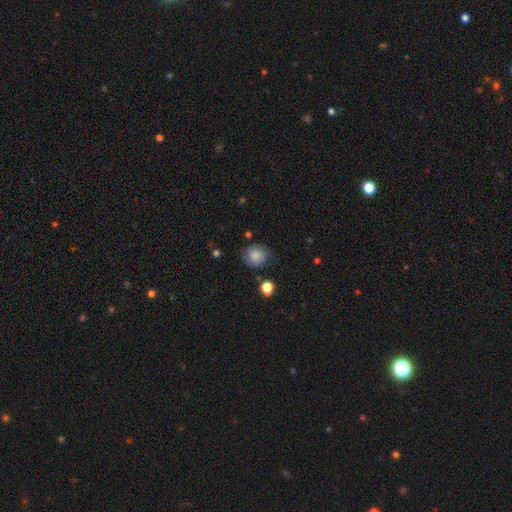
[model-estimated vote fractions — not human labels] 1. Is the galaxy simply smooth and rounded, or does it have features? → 81% smooth, 11% featured or disk, 9% star or artifact.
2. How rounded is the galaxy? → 79% round, 20% in between, 1% cigar-shaped.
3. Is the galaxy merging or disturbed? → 77% none, 17% minor disturbance, 4% major disturbance, 2% merger.